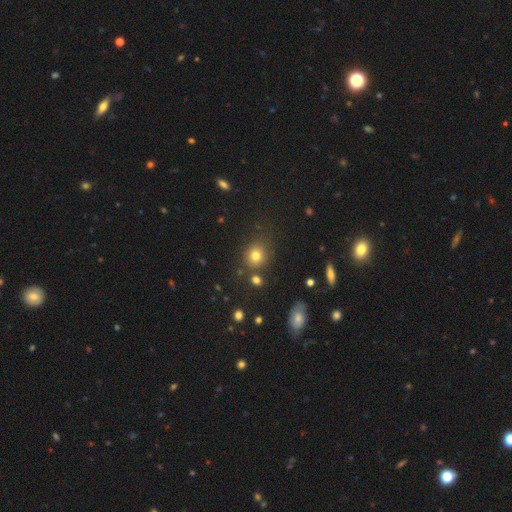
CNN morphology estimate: Q: Smooth or featured?
A: smooth (77%); runner-up: star or artifact (15%)
Q: How rounded?
A: round (75%); runner-up: in between (24%)
Q: Merging?
A: none (75%); runner-up: minor disturbance (13%)